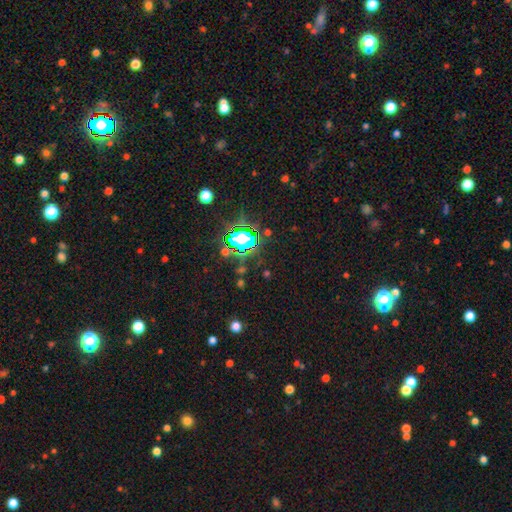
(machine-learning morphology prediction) Smooth or featured?
  - star or artifact: 78% *
  - smooth: 14%
  - featured or disk: 8%